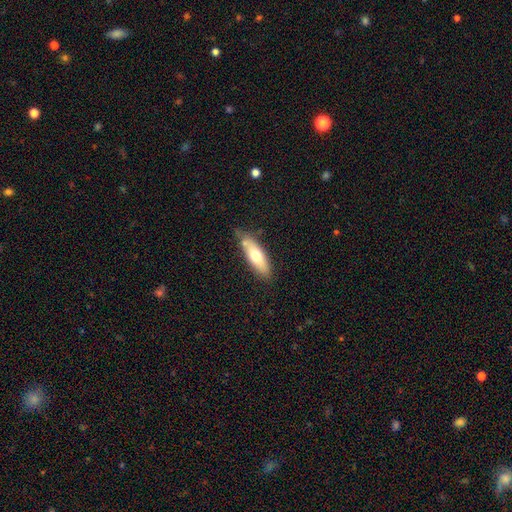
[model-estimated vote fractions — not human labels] A smooth galaxy with no disk features (62%) that is in between round and cigar-shaped (53%).

Vote fractions:
- Smooth or featured? smooth: 62% / featured or disk: 32% / star or artifact: 6%
- How rounded? in between: 53% / cigar-shaped: 45% / round: 2%
- Merging? none: 71% / minor disturbance: 20% / merger: 5% / major disturbance: 4%